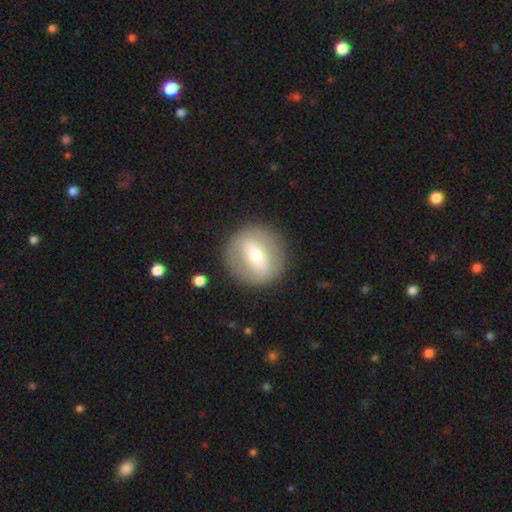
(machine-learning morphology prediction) Overall: featured or disk (52%; smooth 41%). Edge-on disk: no (84%). Merging: none (86%).